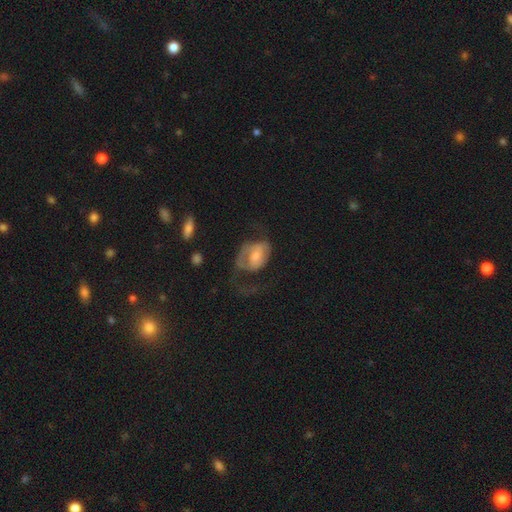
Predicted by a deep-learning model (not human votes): A featured or disk galaxy (51%). Merging: major disturbance (55%).